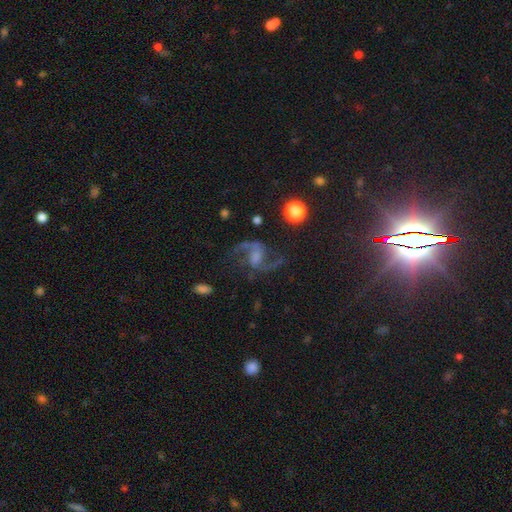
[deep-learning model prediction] smooth_or_featured: featured or disk (p=0.83) [alt: star or artifact p=0.11]
disk_edge_on: no (p=0.97) [alt: yes p=0.03]
bar: weak (p=0.47) [alt: no p=0.38]
has_spiral_arms: yes (p=0.97) [alt: no p=0.03]
spiral_winding: loose (p=0.57) [alt: medium p=0.37]
spiral_arm_count: 2 (p=0.92) [alt: can't tell p=0.02]
bulge_size: small (p=0.33) [tied with: moderate p=0.33]
merging: none (p=0.71) [alt: minor disturbance p=0.14]